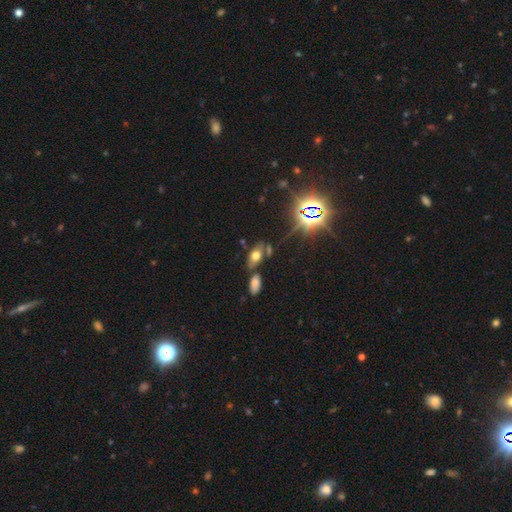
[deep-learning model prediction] A smooth galaxy with no disk features (52%) that is in between round and cigar-shaped (88%).

Vote fractions:
- Smooth or featured? smooth: 52% / star or artifact: 26% / featured or disk: 22%
- How rounded? in between: 88% / round: 7% / cigar-shaped: 5%
- Merging? none: 63% / merger: 17% / minor disturbance: 14% / major disturbance: 6%